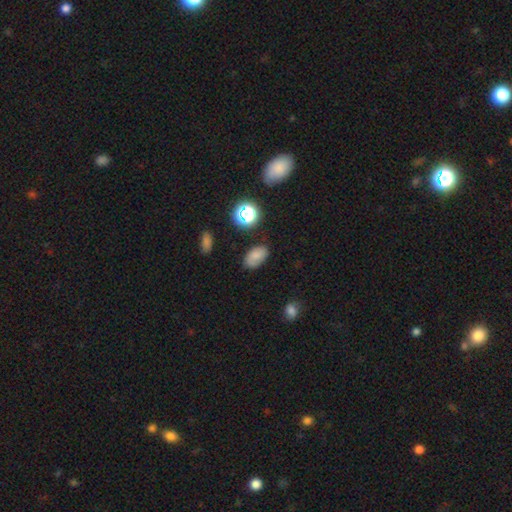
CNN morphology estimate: smooth-or-featured: smooth: 73% | star or artifact: 14% | featured or disk: 13%
  how-rounded: in between: 89% | round: 9% | cigar-shaped: 1%
  merging: none: 75% | minor disturbance: 18% | major disturbance: 5% | merger: 2%